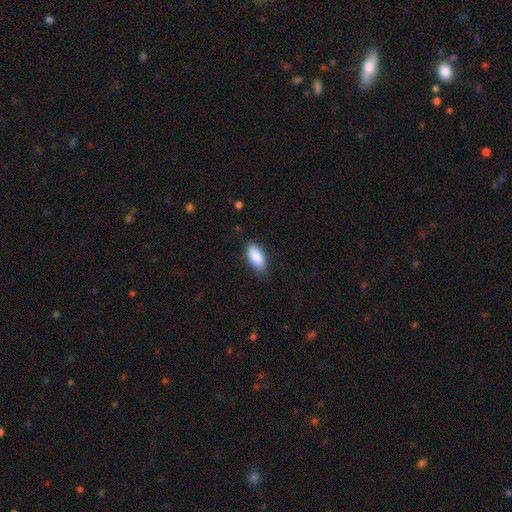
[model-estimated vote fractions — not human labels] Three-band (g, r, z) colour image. It shows a smooth galaxy with no disk features (86%) that is in between round and cigar-shaped (86%). Merging: none (82%).